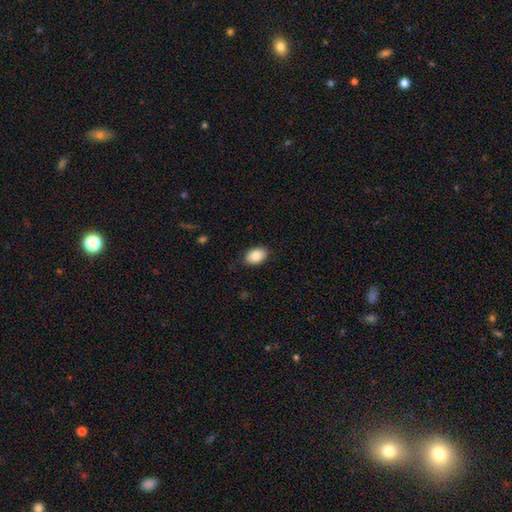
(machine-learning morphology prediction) type=smooth (87%); roundness=in between (84%); merging=none (86%).